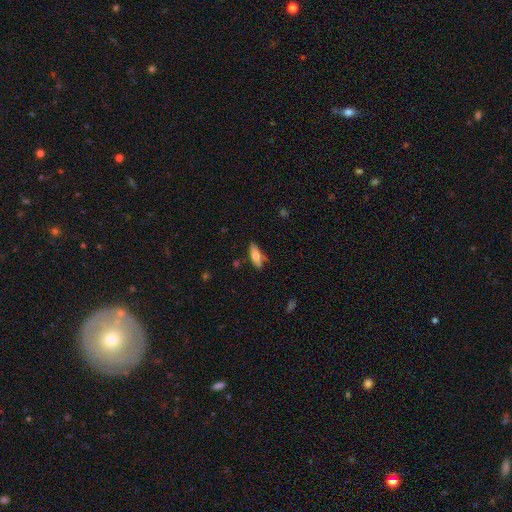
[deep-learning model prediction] smooth 70%, featured or disk 23%, star or artifact 7%. Down the decision tree: how rounded — in between (62%); merging — none (77%).